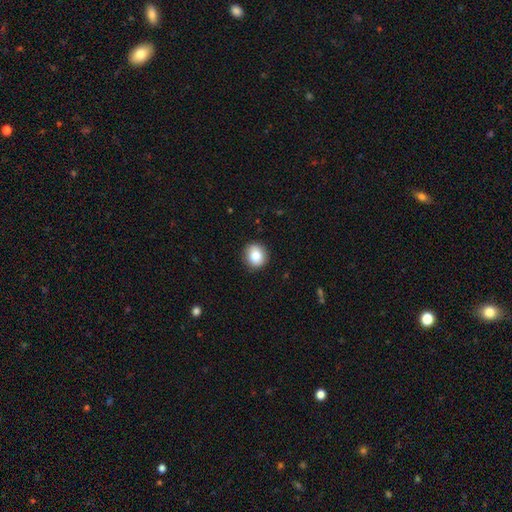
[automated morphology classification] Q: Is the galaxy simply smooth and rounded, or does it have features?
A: smooth — 86%.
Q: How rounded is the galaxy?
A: round — 77%.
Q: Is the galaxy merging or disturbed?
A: none — 88%.